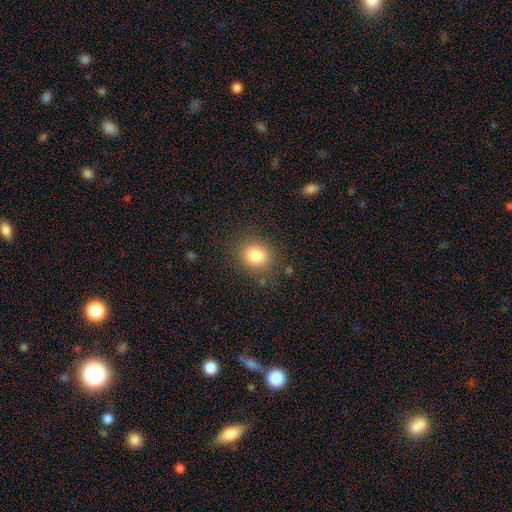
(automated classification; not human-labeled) Smooth or featured?
  - smooth: 82% *
  - star or artifact: 11%
  - featured or disk: 7%
How rounded?
  - round: 65% *
  - in between: 34%
  - cigar-shaped: 1%
Merging?
  - none: 82% *
  - minor disturbance: 11%
  - major disturbance: 4%
  - merger: 2%